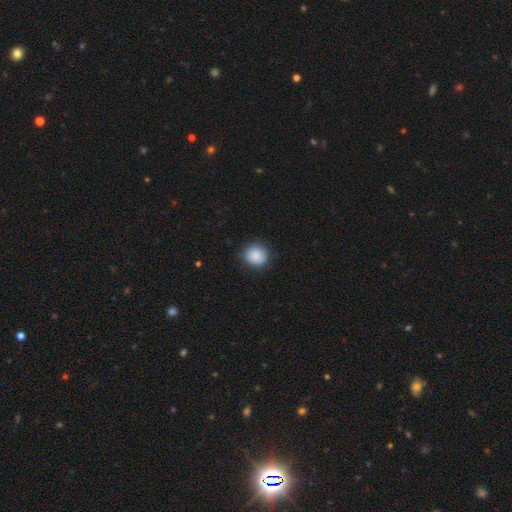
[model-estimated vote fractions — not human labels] smooth_or_featured: smooth (p=0.89) [alt: star or artifact p=0.08]
how_rounded: round (p=0.91) [alt: in between p=0.08]
merging: none (p=0.89) [alt: minor disturbance p=0.08]